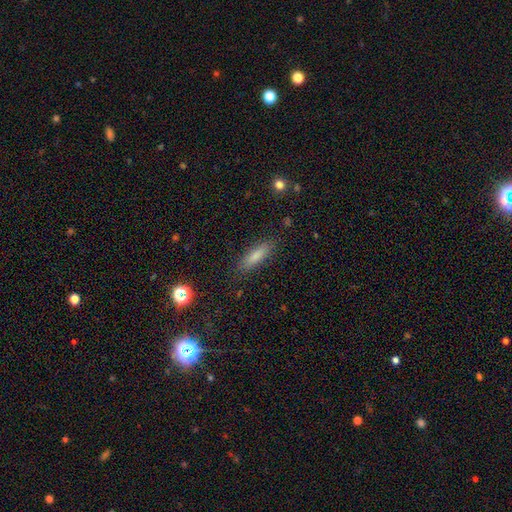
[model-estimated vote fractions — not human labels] The model was most divided on "how rounded": cigar-shaped: 63%, in between: 34%, round: 3%. More confident: merging — none (87%); smooth or featured — smooth (72%).